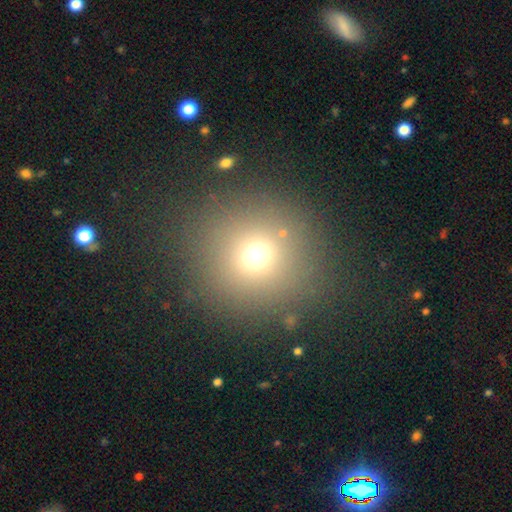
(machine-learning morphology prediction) Smooth or featured?
  - smooth: 67% *
  - star or artifact: 23%
  - featured or disk: 10%
How rounded?
  - round: 91% *
  - in between: 8%
  - cigar-shaped: 1%
Merging?
  - none: 86% *
  - minor disturbance: 7%
  - major disturbance: 4%
  - merger: 3%